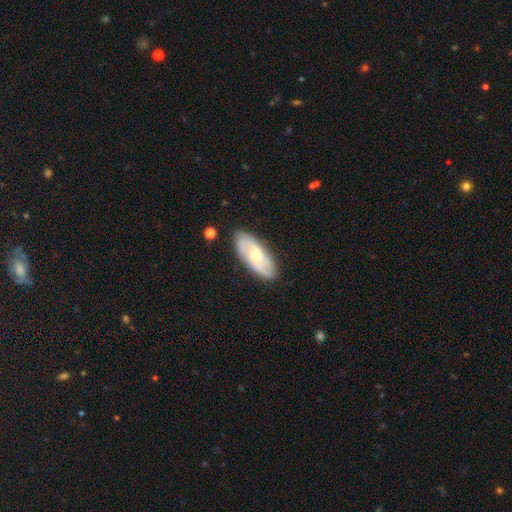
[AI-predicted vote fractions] Overall: featured or disk (58%; smooth 36%). Edge-on disk: no (87%). Bar: no (64%; weak 30%). Spiral arms: yes (78%). Bulge size: small (50%; moderate 45%). Merging: none (83%).